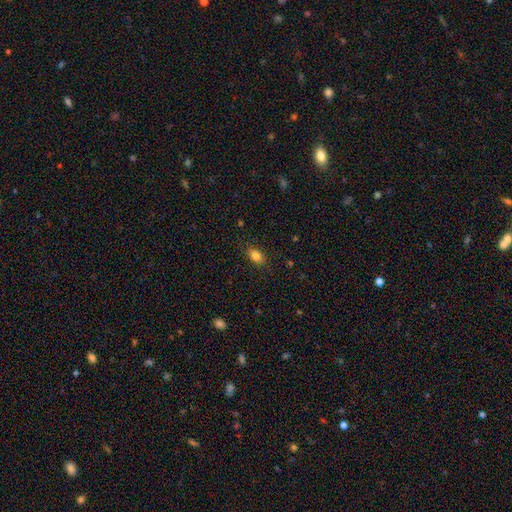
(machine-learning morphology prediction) This appears to be a smooth galaxy with no disk features (83%) that is in between round and cigar-shaped (82%). Merging: none (85%).